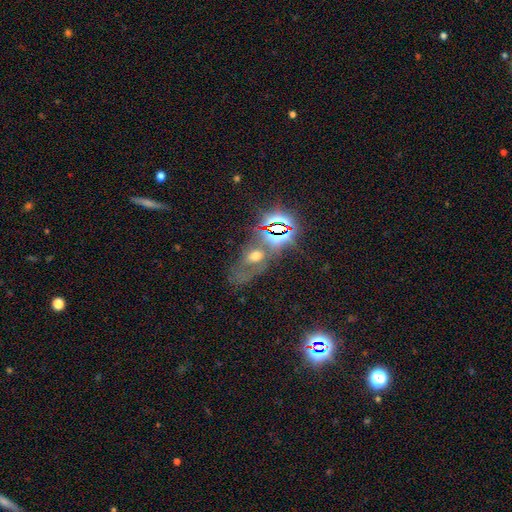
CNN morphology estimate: A star or artifact, not a galaxy (40%).